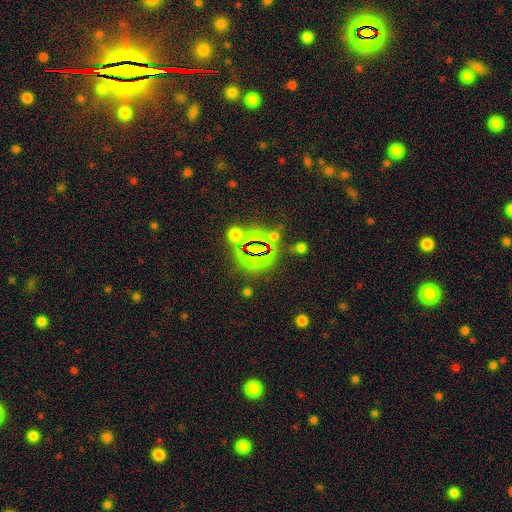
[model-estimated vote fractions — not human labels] Smooth or featured?
  - star or artifact: 71% *
  - smooth: 19%
  - featured or disk: 10%